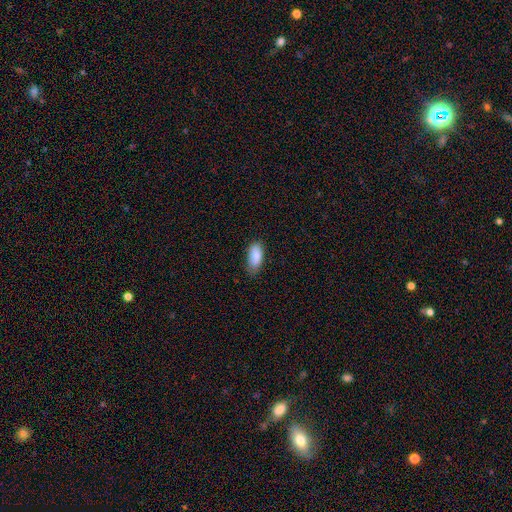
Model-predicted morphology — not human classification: Overall: smooth (87%). How rounded: in between (90%). Merging: none (72%).